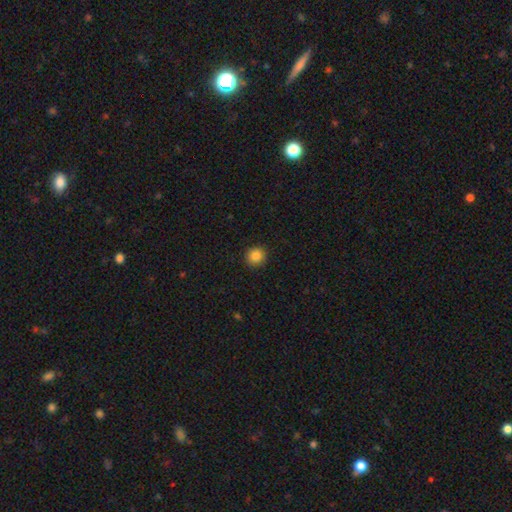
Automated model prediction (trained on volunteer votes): Smooth or featured? smooth (85%)
How rounded? round (92%)
Merging? none (92%)